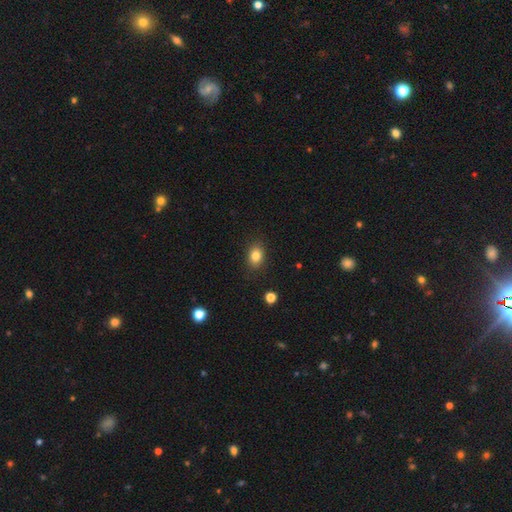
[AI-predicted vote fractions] The model was most divided on "how rounded": in between: 67%, round: 32%, cigar-shaped: 1%. More confident: merging — none (87%); smooth or featured — smooth (83%).